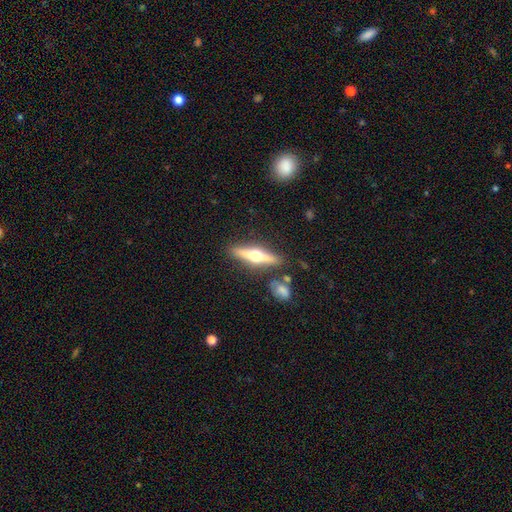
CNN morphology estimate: Smooth or featured?
  - featured or disk: 65% *
  - smooth: 29%
  - star or artifact: 6%
Edge-on disk?
  - yes: 95% *
  - no: 5%
Edge-on bulge?
  - rounded: 96% *
  - boxy: 2%
  - none: 2%
Merging?
  - none: 84% *
  - minor disturbance: 9%
  - merger: 4%
  - major disturbance: 3%